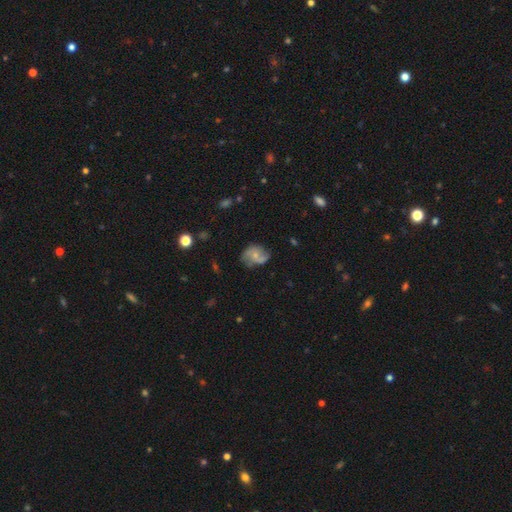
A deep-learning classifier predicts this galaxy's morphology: featured or disk 58%, smooth 33%, star or artifact 9%. Down the decision tree: edge-on disk — no (97%); bar — no (72%); spiral arms — yes (81%); bulge size — small (64%); merging — none (57%).